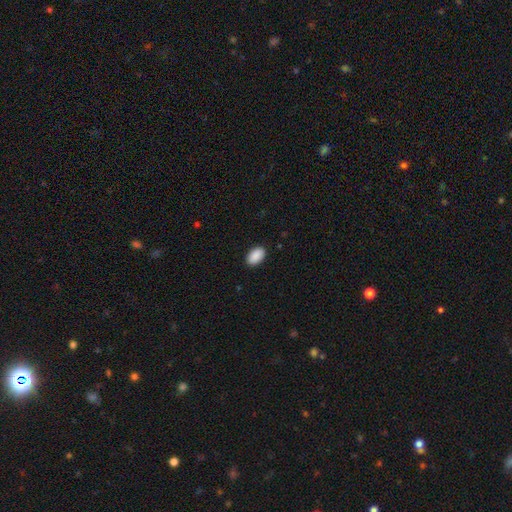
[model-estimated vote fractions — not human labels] Morphology: type=smooth (91%); roundness=in between (94%); merging=none (89%).